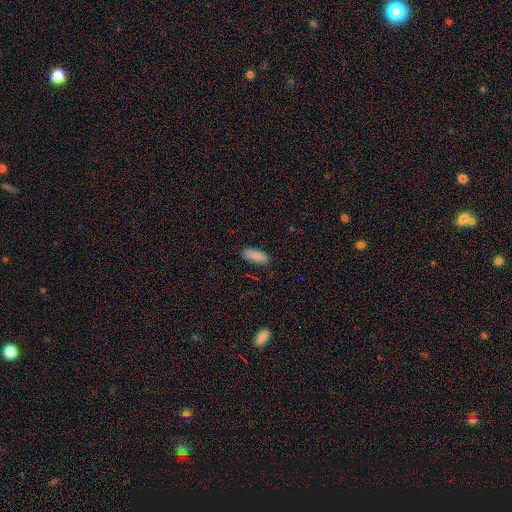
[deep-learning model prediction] Morphology: type=smooth (86%); roundness=in between (81%); merging=none (85%).